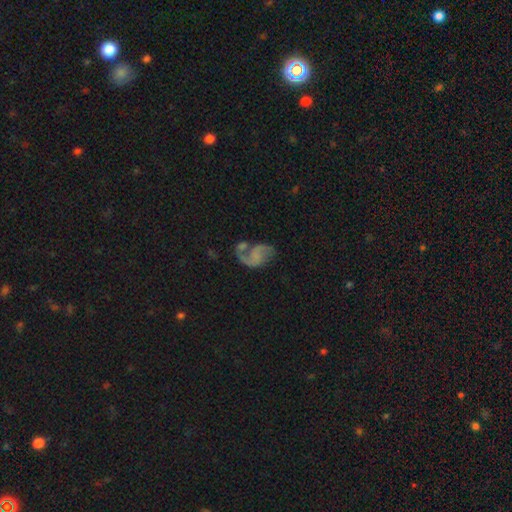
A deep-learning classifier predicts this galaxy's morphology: Smooth or featured: featured or disk — 81% (smooth — 11%)
Edge-on disk: no — 98% (yes — 2%)
Bar: no — 59% (weak — 32%)
Spiral arms: yes — 93% (no — 7%)
Spiral winding: loose — 57% (medium — 35%)
Spiral arm count: 2 — 84% (1 — 10%)
Bulge size: none — 66% (small — 20%)
Merging: none — 44% (major disturbance — 19%)